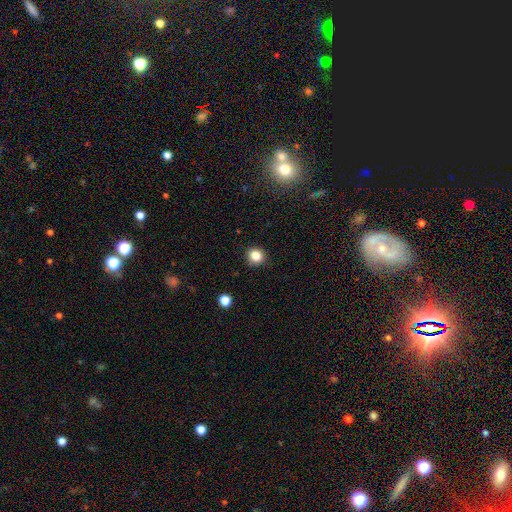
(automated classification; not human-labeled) A smooth galaxy with no disk features (84%) that is round (87%). Merging: none (90%).